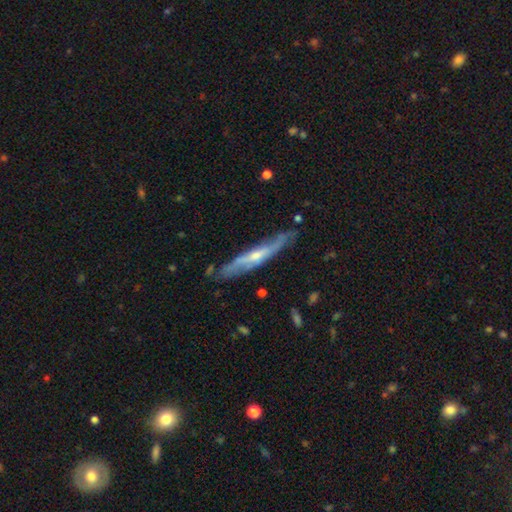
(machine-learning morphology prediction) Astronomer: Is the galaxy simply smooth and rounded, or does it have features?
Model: featured or disk — 68%.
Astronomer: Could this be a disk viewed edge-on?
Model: yes — 74%.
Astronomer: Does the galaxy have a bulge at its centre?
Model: rounded — 62%.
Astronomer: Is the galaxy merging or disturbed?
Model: none — 74%.